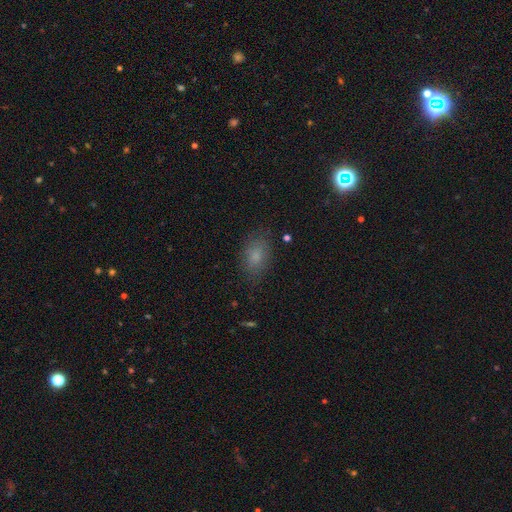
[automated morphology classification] smooth 77%, star or artifact 12%, featured or disk 11%. Down the decision tree: how rounded — in between (85%); merging — none (78%).